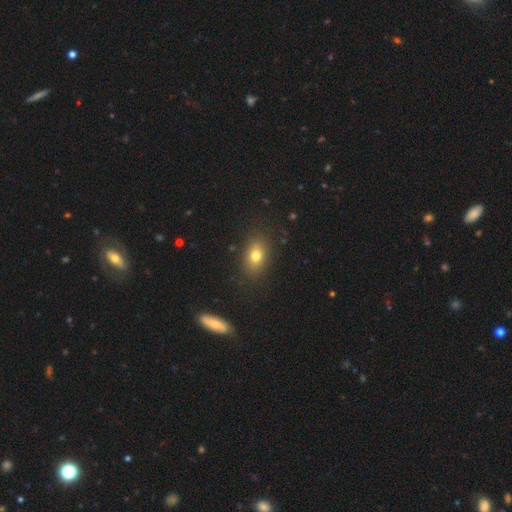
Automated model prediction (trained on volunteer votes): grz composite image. It shows a smooth galaxy with no disk features (76%) that is in between round and cigar-shaped (78%). Merging: none (84%).